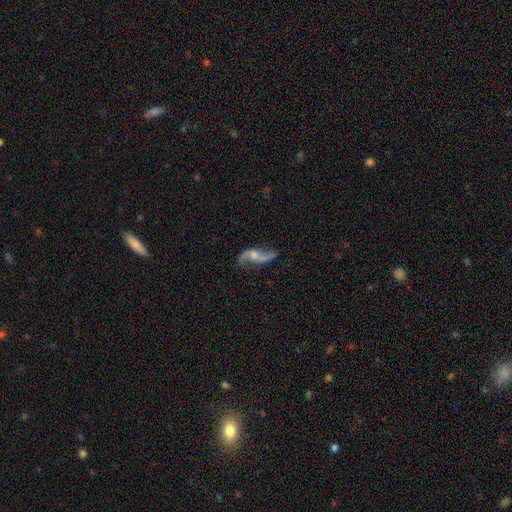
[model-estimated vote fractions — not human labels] Smooth or featured? featured or disk (86%)
Edge-on disk? no (96%)
Bar? no (54%)
Spiral arms? yes (95%)
Spiral winding? loose (90%)
Spiral arm count? 2 (93%)
Bulge size? small (44%)
Merging? none (71%)